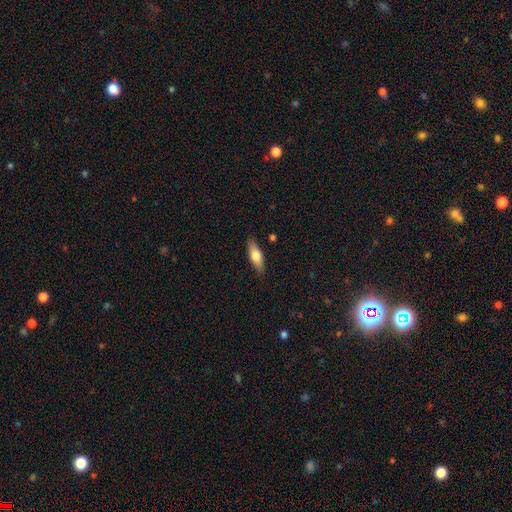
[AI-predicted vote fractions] Overall: smooth (68%). How rounded: in between (57%; cigar-shaped 41%). Merging: none (87%).